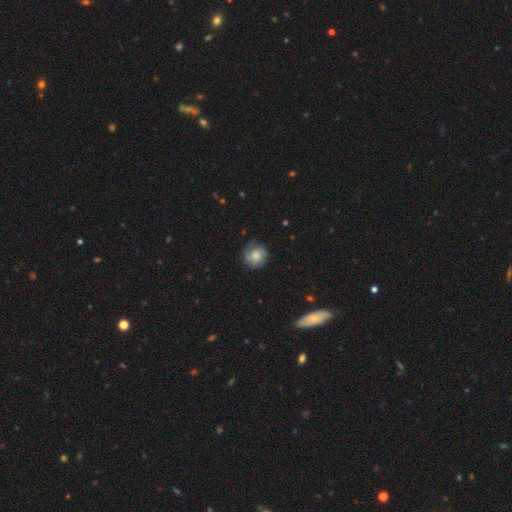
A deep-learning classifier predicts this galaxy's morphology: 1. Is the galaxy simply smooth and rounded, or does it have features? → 56% smooth, 36% featured or disk, 8% star or artifact.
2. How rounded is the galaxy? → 87% round, 12% in between, 1% cigar-shaped.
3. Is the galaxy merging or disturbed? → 74% none, 20% minor disturbance, 6% major disturbance, 1% merger.